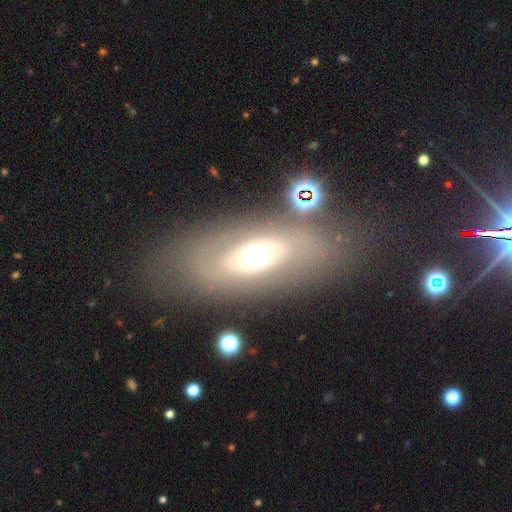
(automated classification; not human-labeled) Q: Smooth or featured?
A: featured or disk (45%); runner-up: smooth (41%)
Q: Merging?
A: none (73%); runner-up: minor disturbance (11%)